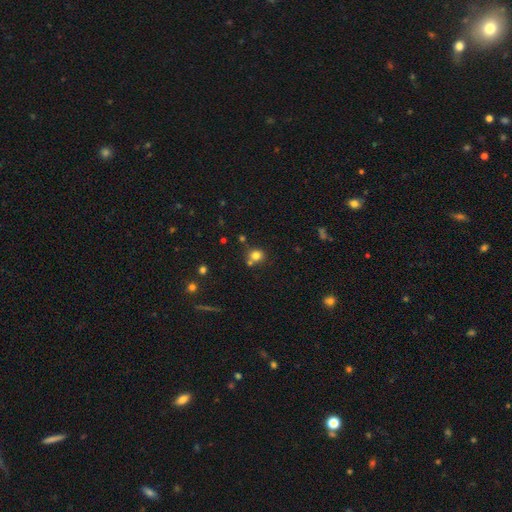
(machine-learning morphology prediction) Smooth or featured? smooth (79%)
How rounded? round (82%)
Merging? none (65%)